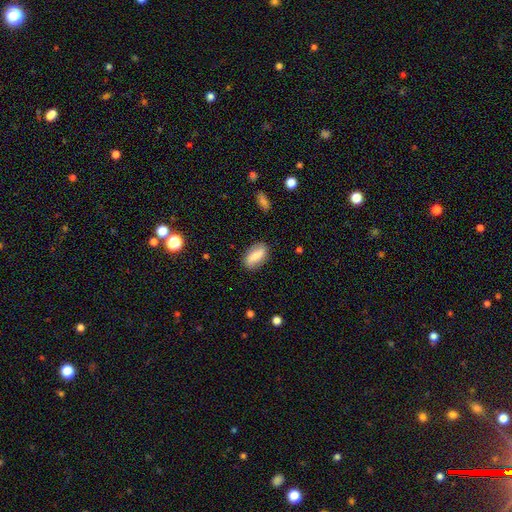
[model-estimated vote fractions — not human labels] This appears to be a smooth galaxy with no disk features (71%) that is in between round and cigar-shaped (86%). Merging: none (82%).